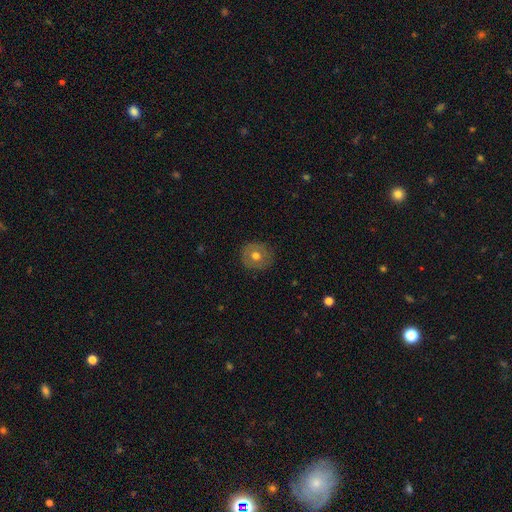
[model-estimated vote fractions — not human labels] smooth-or-featured: smooth: 59% | featured or disk: 32% | star or artifact: 8%
  how-rounded: round: 89% | in between: 10% | cigar-shaped: 1%
  merging: none: 86% | minor disturbance: 11% | major disturbance: 3% | merger: 1%